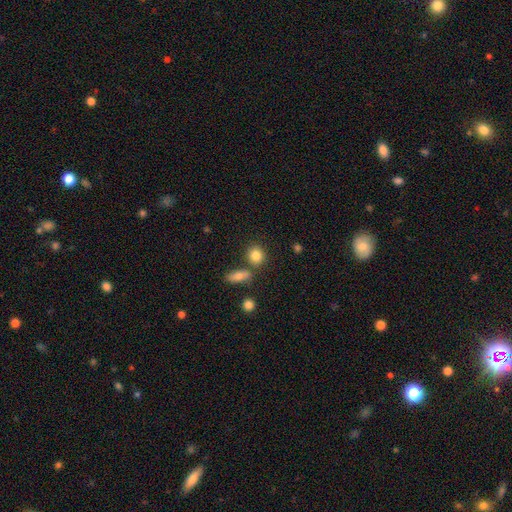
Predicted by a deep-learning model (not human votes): A smooth galaxy with no disk features (83%) that is round (75%).

Vote fractions:
- Smooth or featured? smooth: 83% / star or artifact: 9% / featured or disk: 8%
- How rounded? round: 75% / in between: 23% / cigar-shaped: 2%
- Merging? none: 73% / merger: 15% / minor disturbance: 9% / major disturbance: 3%